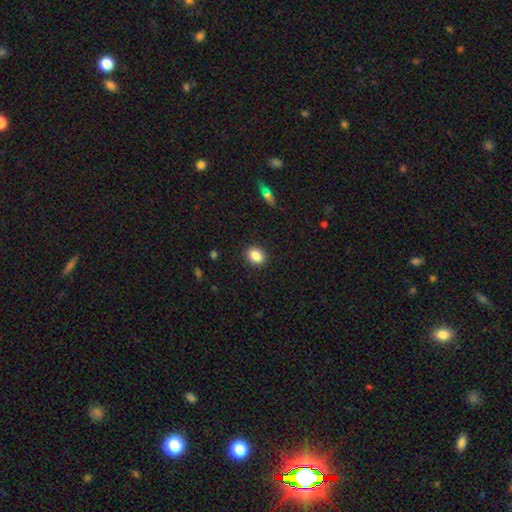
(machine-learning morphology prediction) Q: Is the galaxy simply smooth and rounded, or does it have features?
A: smooth — 87%.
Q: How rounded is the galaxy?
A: in between — 67%.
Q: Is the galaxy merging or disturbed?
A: none — 89%.